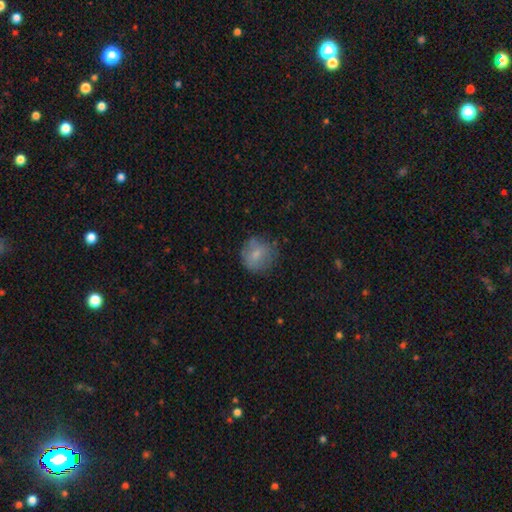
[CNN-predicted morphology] smooth_or_featured: smooth (p=0.72) [alt: featured or disk p=0.19]
how_rounded: round (p=0.87) [alt: in between p=0.12]
merging: none (p=0.70) [alt: minor disturbance p=0.21]